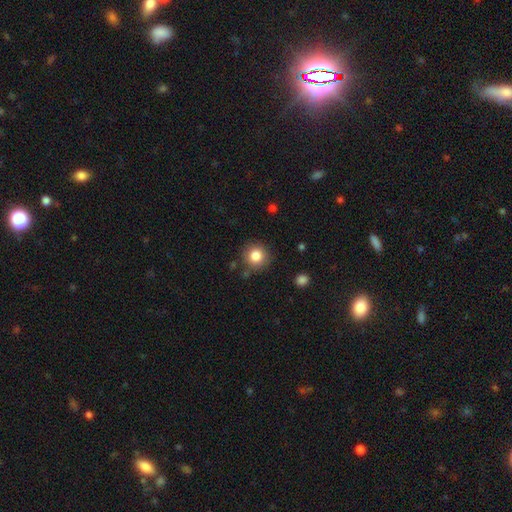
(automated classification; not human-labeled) Overall: smooth (83%). How rounded: round (93%). Merging: none (84%).